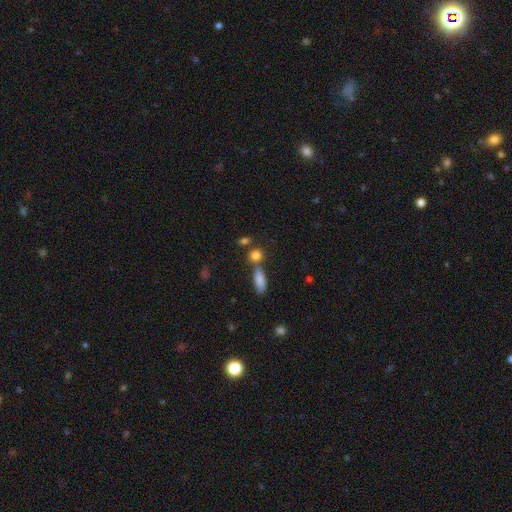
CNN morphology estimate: This appears to be a smooth galaxy with no disk features (81%) that is round (60%). Merging: none (59%).